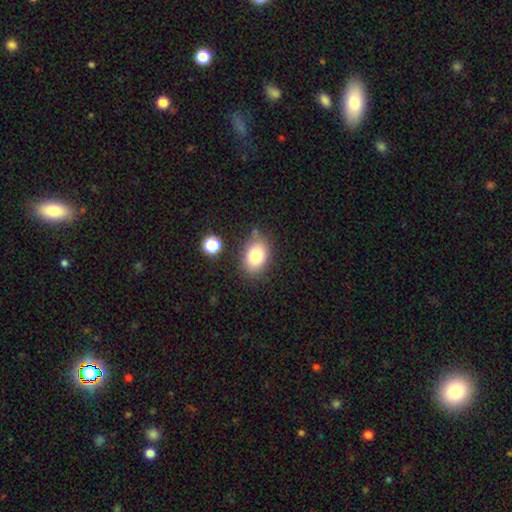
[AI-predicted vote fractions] smooth_or_featured: smooth (p=0.80) [alt: featured or disk p=0.10]
how_rounded: in between (p=0.75) [alt: round p=0.24]
merging: none (p=0.76) [alt: minor disturbance p=0.15]